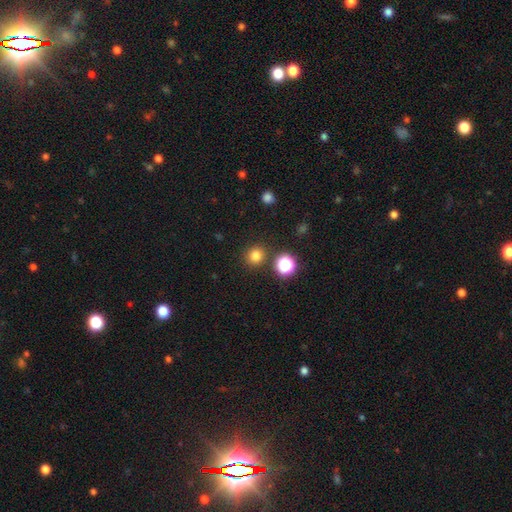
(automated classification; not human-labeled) Smooth or featured: smooth — 78% (star or artifact — 17%)
How rounded: round — 90% (in between — 10%)
Merging: none — 86% (minor disturbance — 7%)